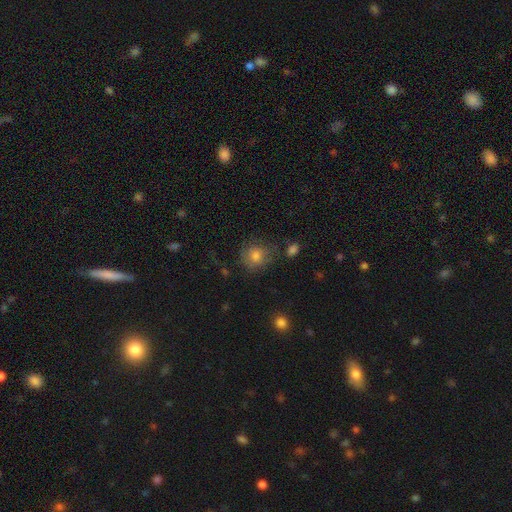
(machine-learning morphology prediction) A smooth galaxy with no disk features (75%) that is round (84%). Merging: none (70%).